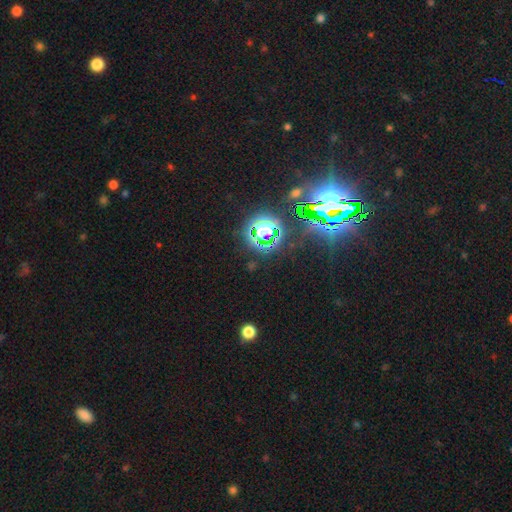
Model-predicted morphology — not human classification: This is clearly a star or artifact rather than a galaxy (81%).